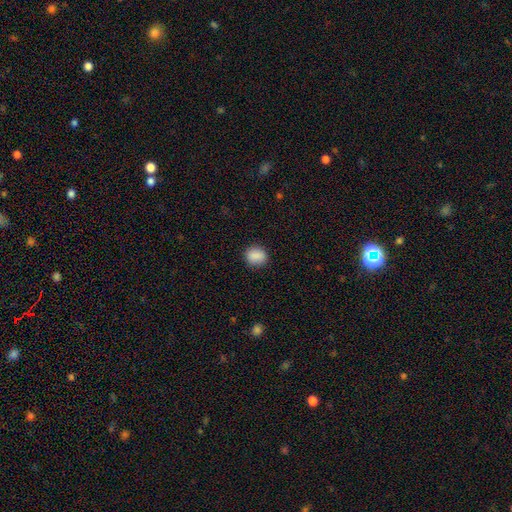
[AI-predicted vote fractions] A smooth galaxy with no disk features (89%) that is round (72%).

Vote fractions:
- Smooth or featured? smooth: 89% / star or artifact: 8% / featured or disk: 3%
- How rounded? round: 72% / in between: 27% / cigar-shaped: 1%
- Merging? none: 88% / minor disturbance: 8% / major disturbance: 2% / merger: 1%